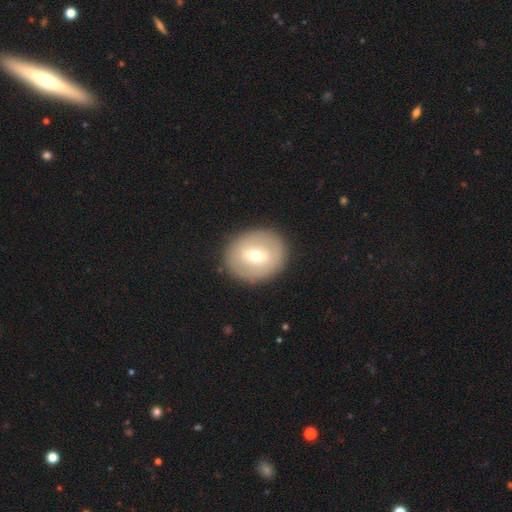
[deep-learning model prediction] A smooth galaxy with no disk features (47%).

Vote fractions:
- Smooth or featured? smooth: 47% / featured or disk: 46% / star or artifact: 7%
- Merging? none: 87% / minor disturbance: 9% / major disturbance: 3% / merger: 1%